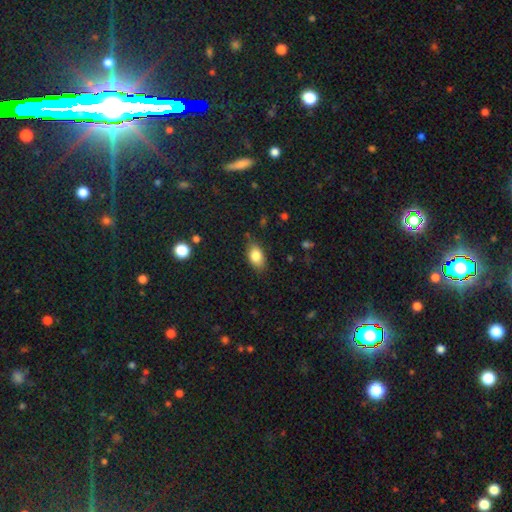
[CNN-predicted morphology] A smooth galaxy with no disk features (83%) that is in between round and cigar-shaped (88%).

Vote fractions:
- Smooth or featured? smooth: 83% / featured or disk: 9% / star or artifact: 8%
- How rounded? in between: 88% / round: 9% / cigar-shaped: 3%
- Merging? none: 80% / minor disturbance: 15% / major disturbance: 3% / merger: 1%